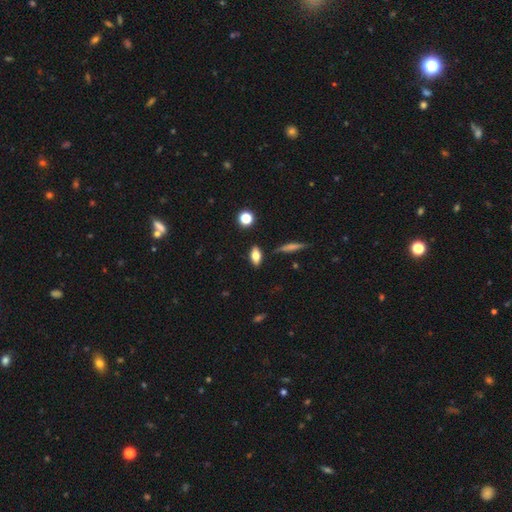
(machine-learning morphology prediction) This is likely a smooth galaxy (69%). How rounded: likely in between (79%). Merging: clearly none (83%).